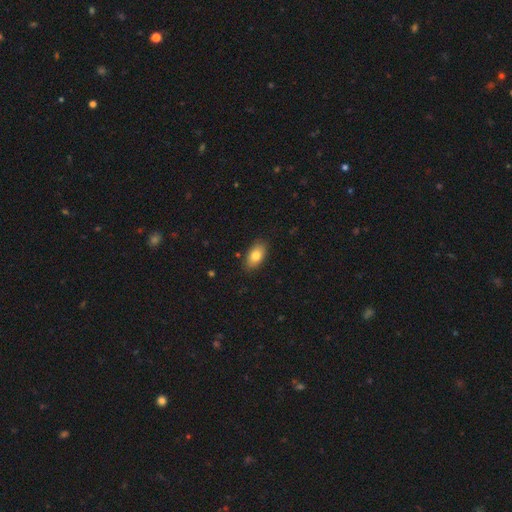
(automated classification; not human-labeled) The model was most divided on "smooth or featured": smooth: 80%, featured or disk: 13%, star or artifact: 7%. More confident: how rounded — in between (92%); merging — none (86%).